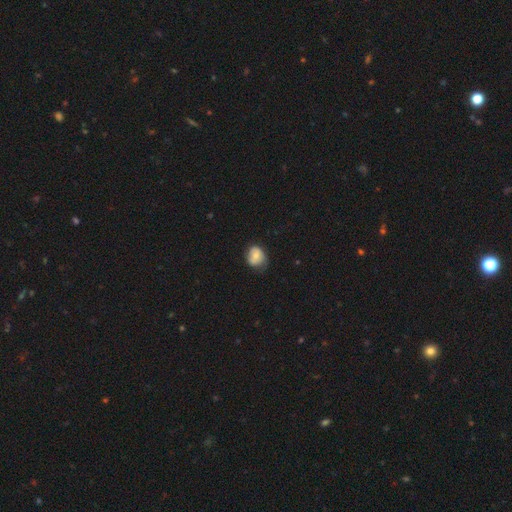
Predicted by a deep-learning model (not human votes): smooth_or_featured: smooth (p=0.69) [alt: featured or disk p=0.22]
how_rounded: round (p=0.58) [alt: in between p=0.42]
merging: none (p=0.57) [alt: minor disturbance p=0.33]